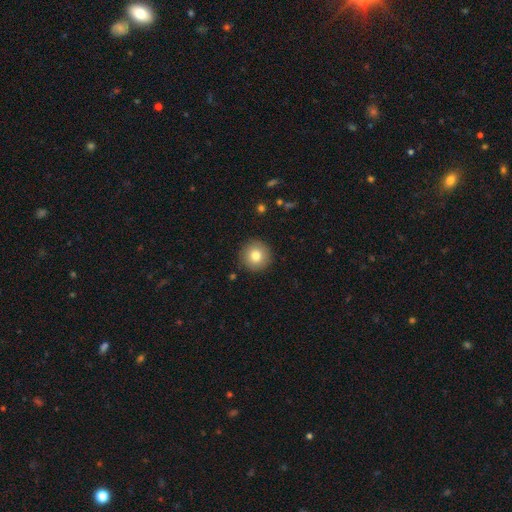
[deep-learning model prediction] Morphology: type=smooth (79%); roundness=round (96%); merging=none (91%).